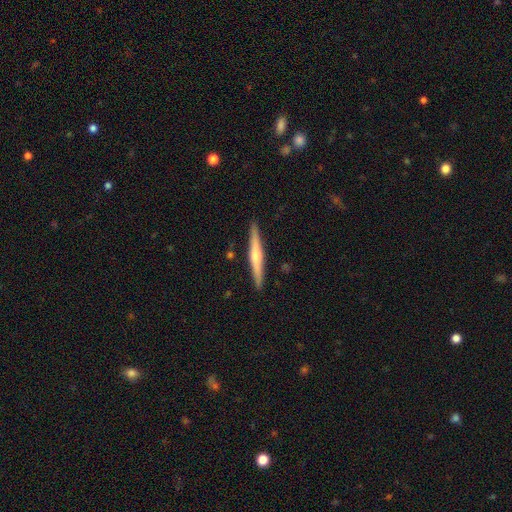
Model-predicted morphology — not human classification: Q: Smooth or featured?
A: featured or disk (63%); runner-up: smooth (31%)
Q: Edge-on disk?
A: yes (98%); runner-up: no (2%)
Q: Edge-on bulge?
A: rounded (76%); runner-up: none (15%)
Q: Merging?
A: none (91%); runner-up: minor disturbance (6%)